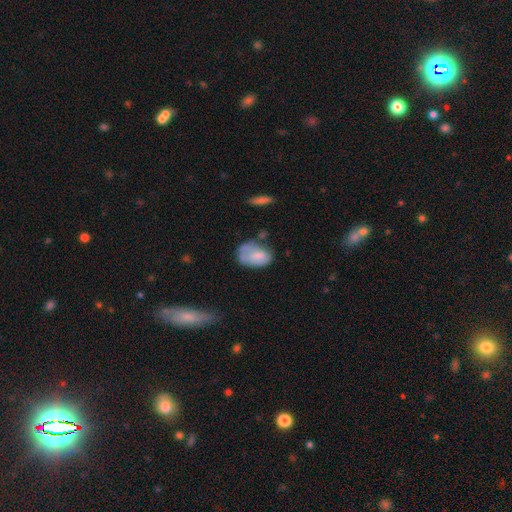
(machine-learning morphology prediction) Overall: smooth (69%). How rounded: in between (86%). Merging: none (39%; minor disturbance 33%).